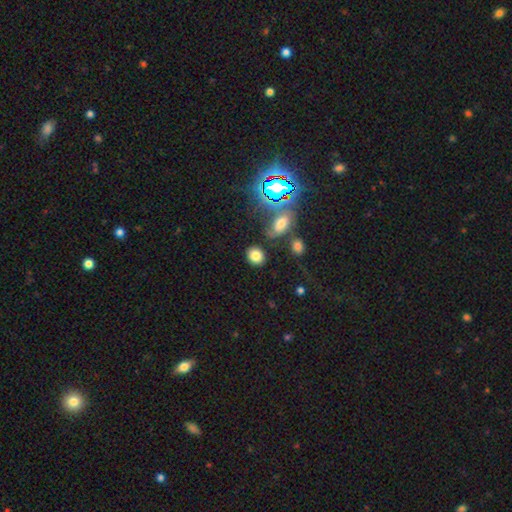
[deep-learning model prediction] A smooth galaxy with no disk features (78%) that is round (65%). Merging: none (81%).